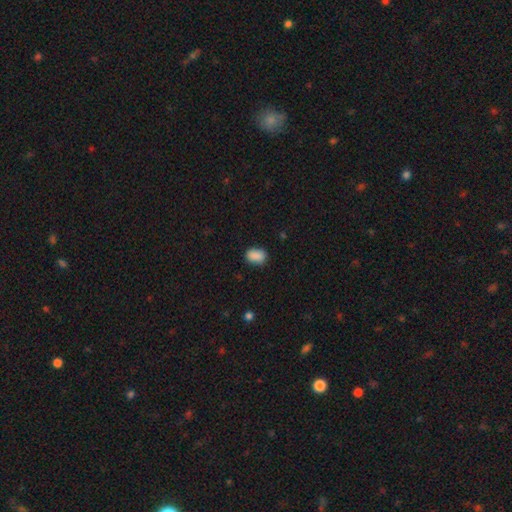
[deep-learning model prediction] A smooth galaxy with no disk features (88%) that is in between round and cigar-shaped (83%).

Vote fractions:
- Smooth or featured? smooth: 88% / star or artifact: 9% / featured or disk: 3%
- How rounded? in between: 83% / round: 16% / cigar-shaped: 2%
- Merging? none: 80% / minor disturbance: 16% / major disturbance: 3% / merger: 1%